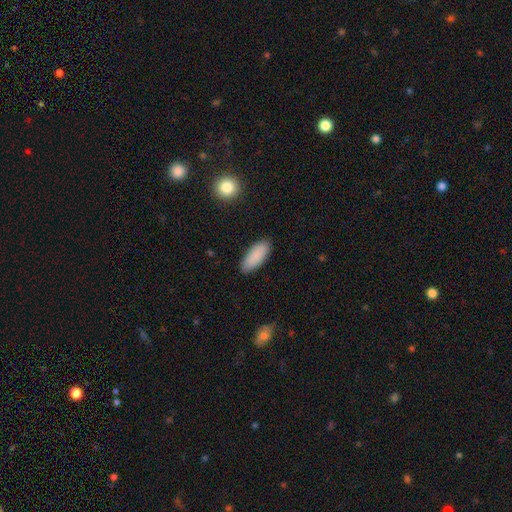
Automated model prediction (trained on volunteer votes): Smooth or featured? smooth (90%)
How rounded? in between (79%)
Merging? none (88%)